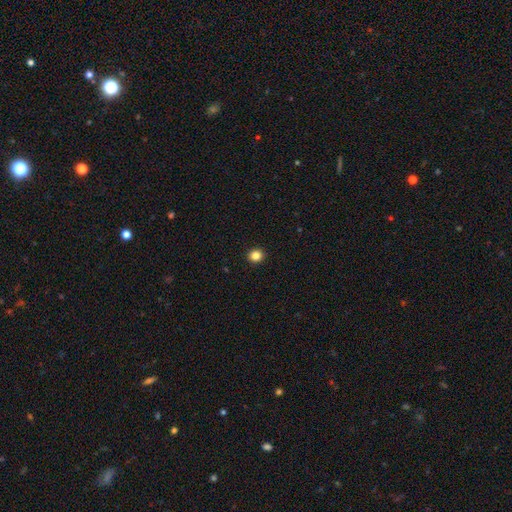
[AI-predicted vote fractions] smooth-or-featured: smooth: 84% | star or artifact: 12% | featured or disk: 4%
  how-rounded: round: 90% | in between: 9% | cigar-shaped: 1%
  merging: none: 93% | minor disturbance: 4% | major disturbance: 1% | merger: 1%